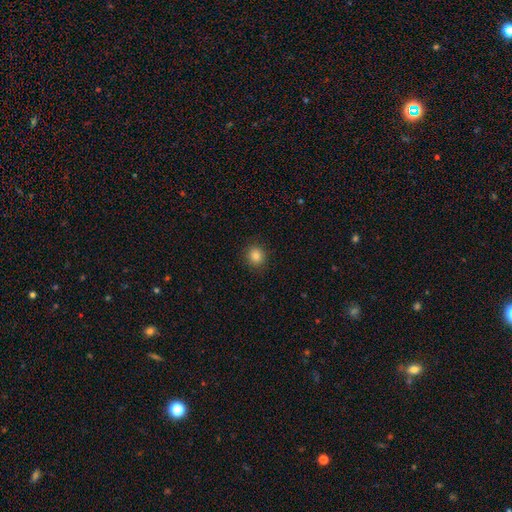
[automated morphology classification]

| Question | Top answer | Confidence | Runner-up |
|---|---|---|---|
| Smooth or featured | smooth | 84% | star or artifact (11%) |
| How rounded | round | 87% | in between (12%) |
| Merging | none | 90% | minor disturbance (6%) |